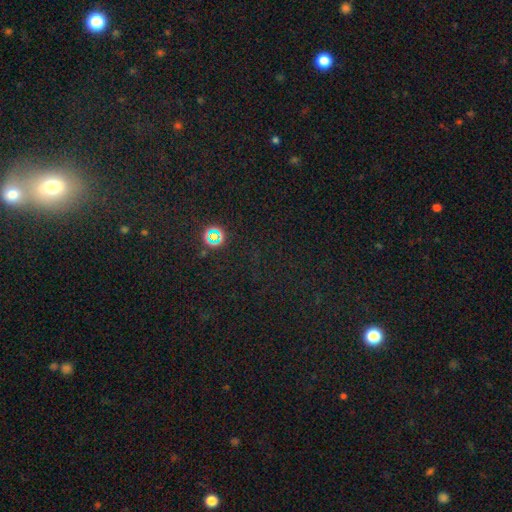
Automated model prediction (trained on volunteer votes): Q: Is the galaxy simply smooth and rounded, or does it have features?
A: star or artifact — 63%.